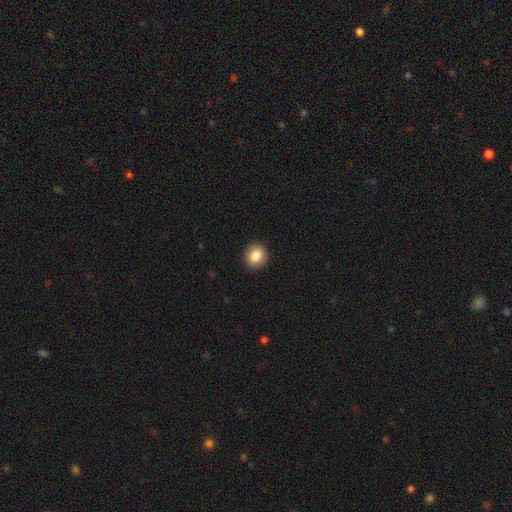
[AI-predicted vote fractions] A smooth galaxy with no disk features (84%) that is round (85%).

Vote fractions:
- Smooth or featured? smooth: 84% / star or artifact: 9% / featured or disk: 7%
- How rounded? round: 85% / in between: 14% / cigar-shaped: 1%
- Merging? none: 92% / minor disturbance: 5% / major disturbance: 2% / merger: 1%